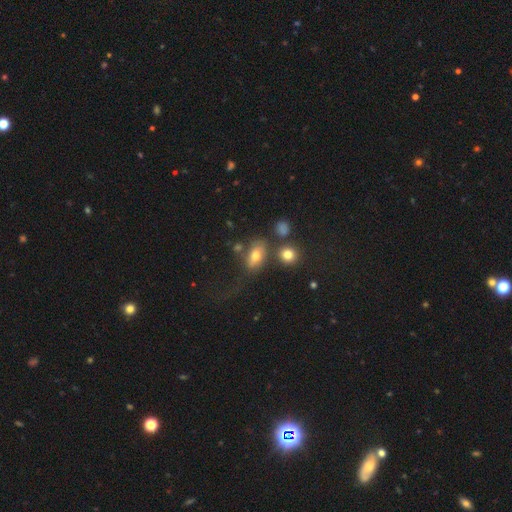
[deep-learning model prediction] Q: Smooth or featured?
A: smooth (68%); runner-up: featured or disk (21%)
Q: How rounded?
A: in between (81%); runner-up: round (13%)
Q: Merging?
A: none (54%); runner-up: minor disturbance (18%)